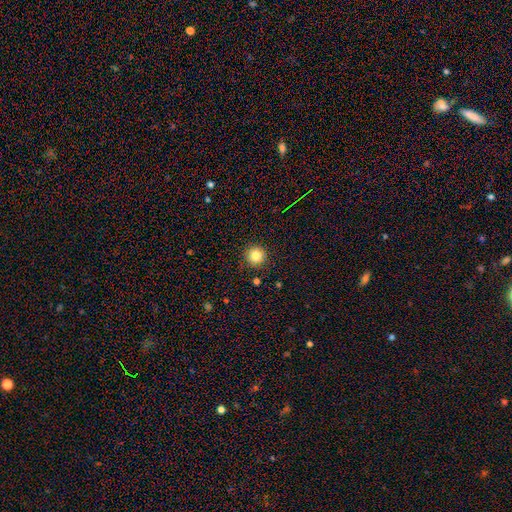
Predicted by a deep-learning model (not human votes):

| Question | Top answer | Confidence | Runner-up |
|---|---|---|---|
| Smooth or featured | smooth | 83% | star or artifact (11%) |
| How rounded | round | 95% | in between (4%) |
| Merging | none | 91% | minor disturbance (6%) |